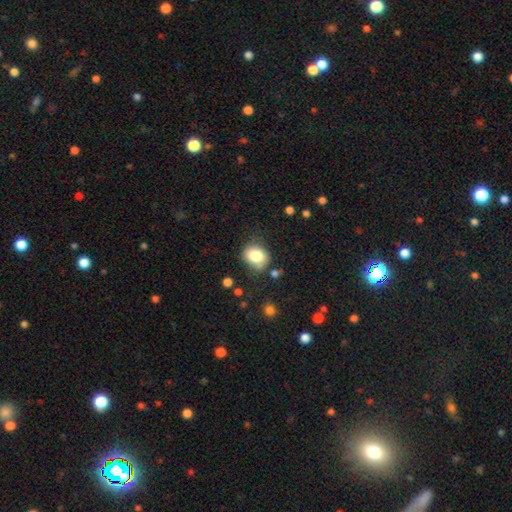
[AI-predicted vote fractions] A smooth galaxy with no disk features (80%) that is round (58%).

Vote fractions:
- Smooth or featured? smooth: 80% / featured or disk: 10% / star or artifact: 10%
- How rounded? round: 58% / in between: 41% / cigar-shaped: 1%
- Merging? none: 66% / minor disturbance: 22% / major disturbance: 7% / merger: 5%